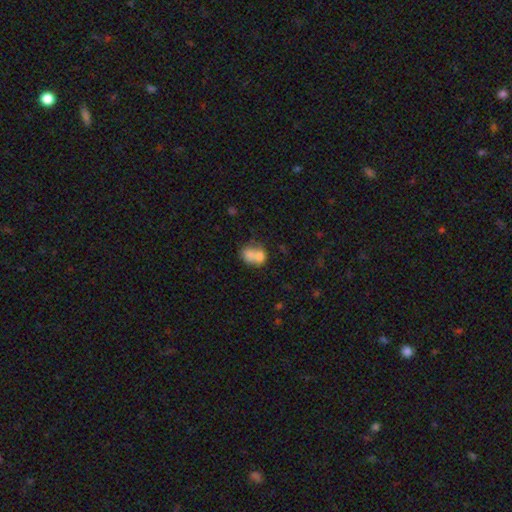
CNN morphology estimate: smooth 71%, featured or disk 20%, star or artifact 10%. Down the decision tree: how rounded — in between (57%); merging — merger (64%).